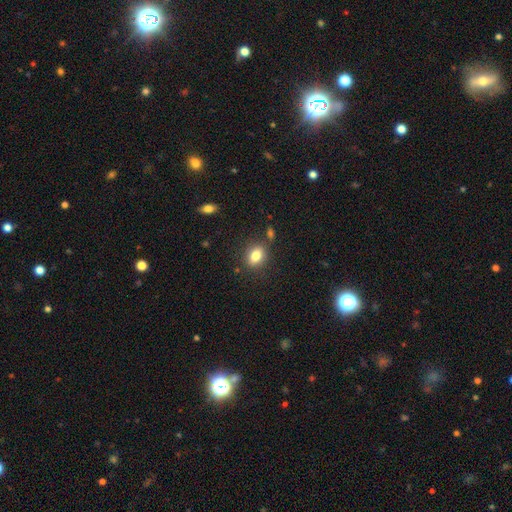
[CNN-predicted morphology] A smooth galaxy with no disk features (81%) that is in between round and cigar-shaped (67%).

Vote fractions:
- Smooth or featured? smooth: 81% / star or artifact: 10% / featured or disk: 10%
- How rounded? in between: 67% / round: 31% / cigar-shaped: 2%
- Merging? none: 80% / minor disturbance: 11% / merger: 6% / major disturbance: 3%